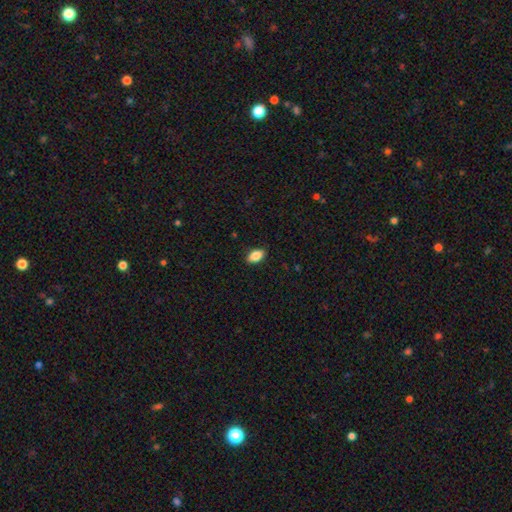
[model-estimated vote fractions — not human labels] smooth 86%, star or artifact 8%, featured or disk 6%. Down the decision tree: how rounded — in between (91%); merging — none (88%).